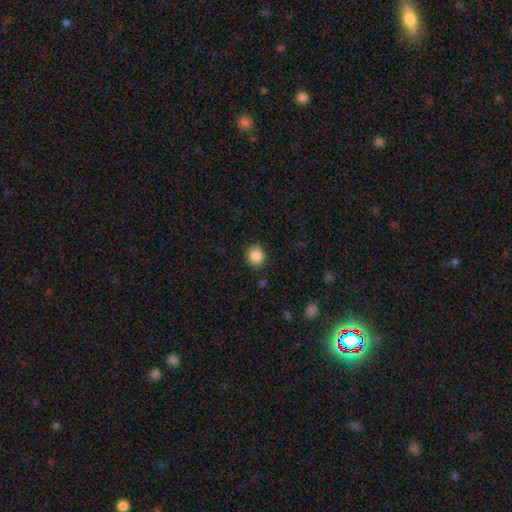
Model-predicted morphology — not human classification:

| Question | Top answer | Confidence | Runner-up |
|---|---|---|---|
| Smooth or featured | smooth | 87% | star or artifact (10%) |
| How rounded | round | 82% | in between (17%) |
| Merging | none | 89% | minor disturbance (7%) |